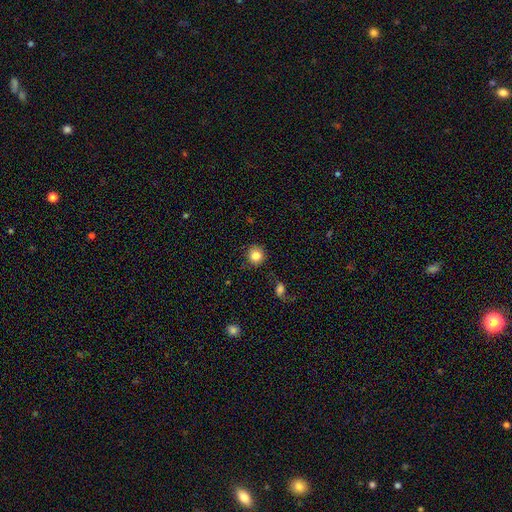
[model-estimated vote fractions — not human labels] Smooth or featured: smooth — 83% (star or artifact — 10%)
How rounded: round — 91% (in between — 9%)
Merging: none — 84% (minor disturbance — 10%)